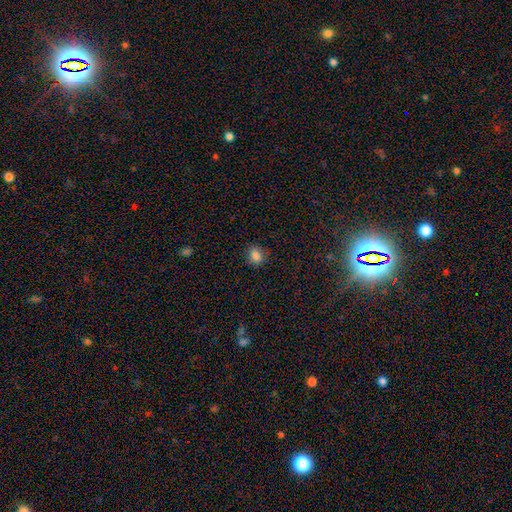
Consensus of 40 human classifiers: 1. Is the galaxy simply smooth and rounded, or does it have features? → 90% smooth, 8% star or artifact, 2% featured or disk.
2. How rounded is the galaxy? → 61% in between, 39% round, 0% cigar-shaped.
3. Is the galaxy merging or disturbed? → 81% none, 8% minor disturbance, 8% major disturbance, 3% merger.